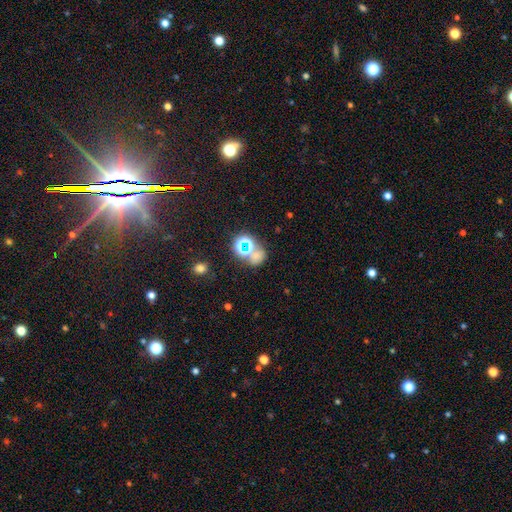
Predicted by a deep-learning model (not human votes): Smooth or featured? smooth (44%)
Merging? none (45%)